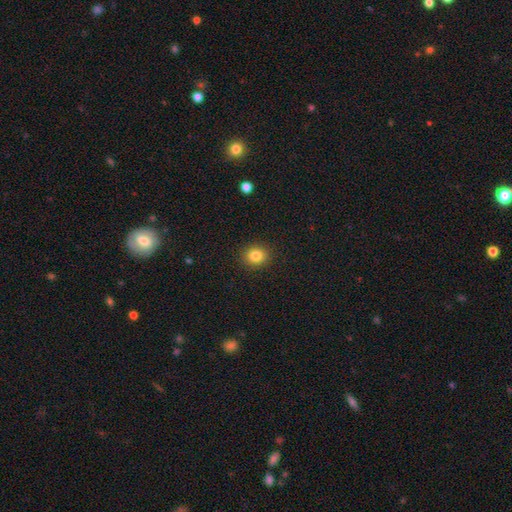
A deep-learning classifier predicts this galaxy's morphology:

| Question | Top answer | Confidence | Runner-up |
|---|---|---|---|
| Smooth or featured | smooth | 84% | star or artifact (11%) |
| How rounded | round | 77% | in between (22%) |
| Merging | none | 91% | minor disturbance (6%) |